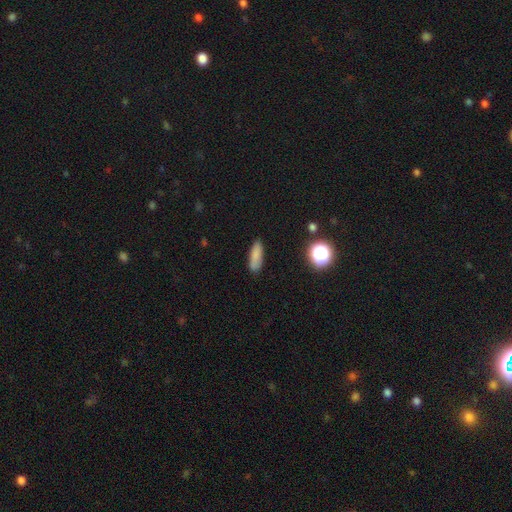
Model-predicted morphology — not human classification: smooth-or-featured: smooth: 81% | star or artifact: 10% | featured or disk: 9%
  how-rounded: cigar-shaped: 49% | in between: 48% | round: 4%
  merging: none: 81% | minor disturbance: 13% | major disturbance: 3% | merger: 2%